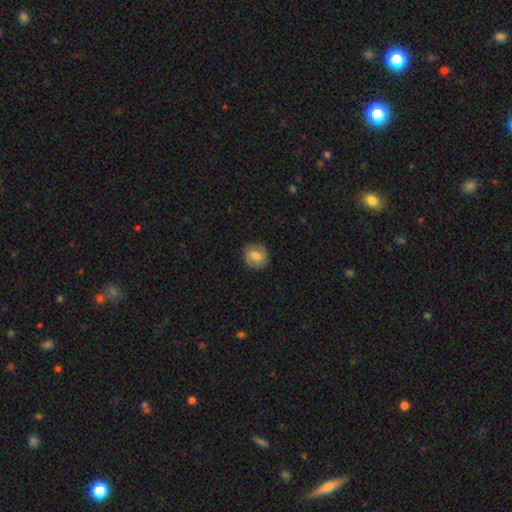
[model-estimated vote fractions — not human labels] smooth-or-featured: smooth: 64% | featured or disk: 28% | star or artifact: 8%
  how-rounded: round: 80% | in between: 19% | cigar-shaped: 1%
  merging: none: 86% | minor disturbance: 10% | major disturbance: 3% | merger: 1%